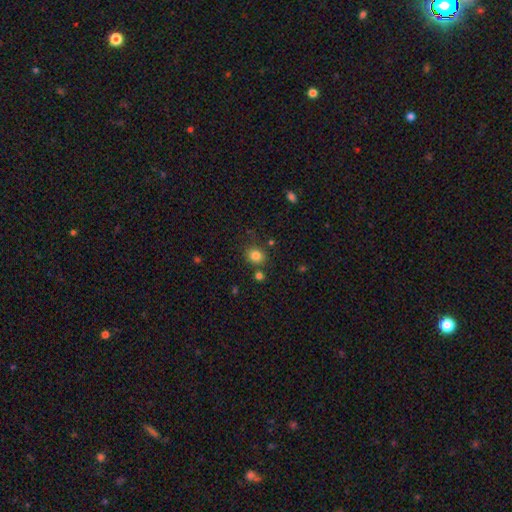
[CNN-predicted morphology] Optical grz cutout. It shows a smooth galaxy with no disk features (83%) that is round (69%). Merging: none (78%).